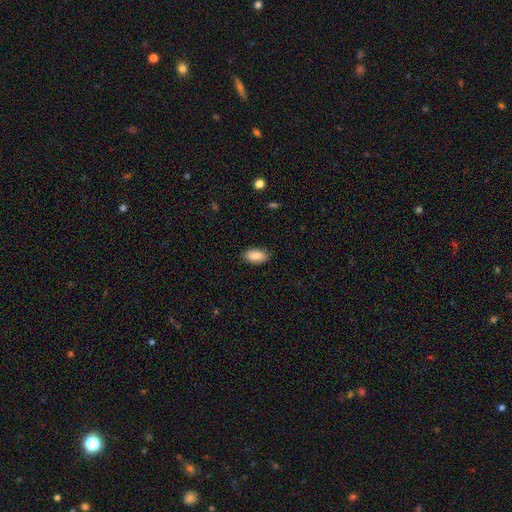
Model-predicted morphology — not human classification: Smooth or featured?
  - smooth: 86% *
  - featured or disk: 7%
  - star or artifact: 7%
How rounded?
  - in between: 93% *
  - round: 4%
  - cigar-shaped: 3%
Merging?
  - none: 86% *
  - minor disturbance: 11%
  - major disturbance: 2%
  - merger: 1%